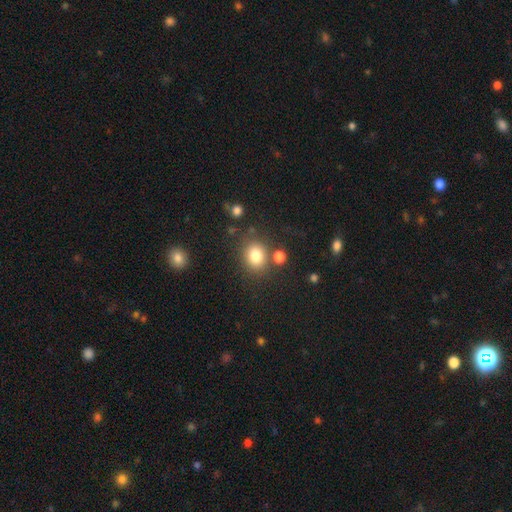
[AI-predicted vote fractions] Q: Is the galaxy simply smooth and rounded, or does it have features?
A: smooth — 81%.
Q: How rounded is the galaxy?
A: round — 63%.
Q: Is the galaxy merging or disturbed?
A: none — 74%.